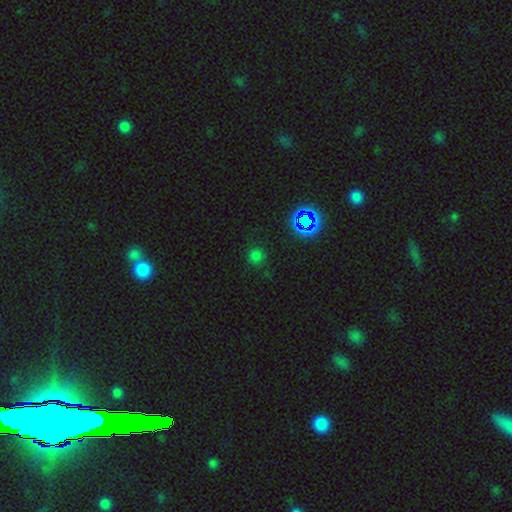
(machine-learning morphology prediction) The model was most divided on "smooth or featured": smooth: 66%, star or artifact: 29%, featured or disk: 6%. More confident: how rounded — round (92%); merging — none (85%).